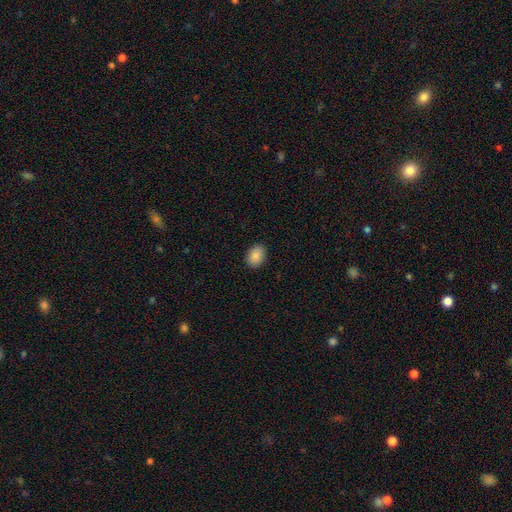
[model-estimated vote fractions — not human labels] smooth-or-featured: smooth: 89% | star or artifact: 8% | featured or disk: 4%
  how-rounded: in between: 76% | round: 23% | cigar-shaped: 1%
  merging: none: 89% | minor disturbance: 8% | major disturbance: 2% | merger: 1%